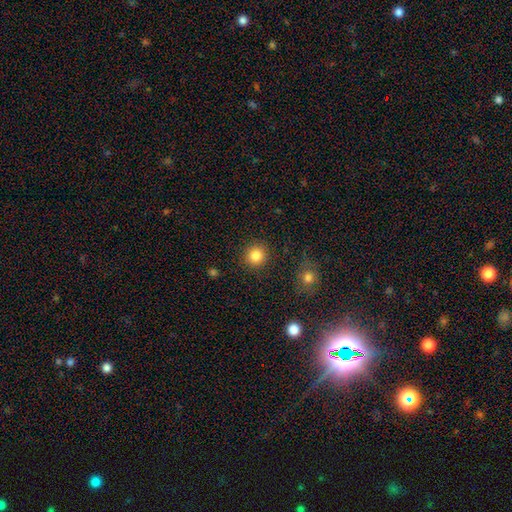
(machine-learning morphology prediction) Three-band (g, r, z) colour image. It shows a smooth galaxy with no disk features (84%) that is round (92%). Merging: none (90%).